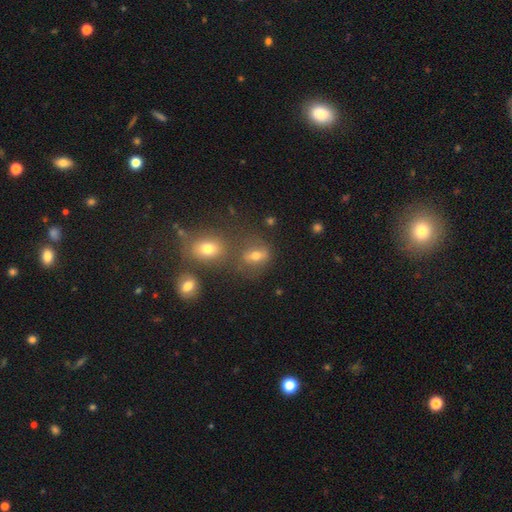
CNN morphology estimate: Smooth or featured?
  - smooth: 54% *
  - star or artifact: 24%
  - featured or disk: 22%
How rounded?
  - in between: 58% *
  - round: 38%
  - cigar-shaped: 4%
Merging?
  - none: 54% *
  - merger: 24%
  - minor disturbance: 15%
  - major disturbance: 8%